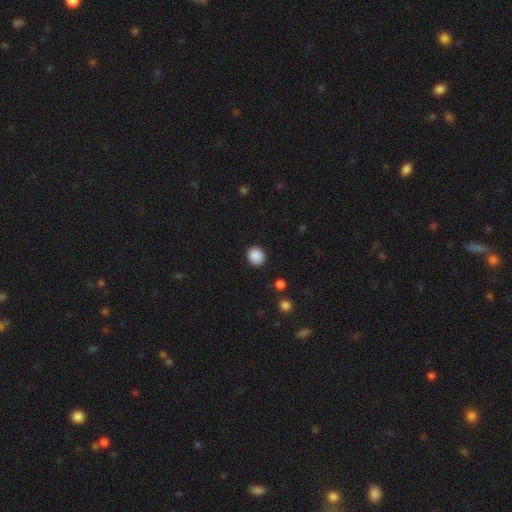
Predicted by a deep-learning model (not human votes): This is clearly a smooth galaxy (88%). How rounded: clearly round (82%). Merging: clearly none (91%).